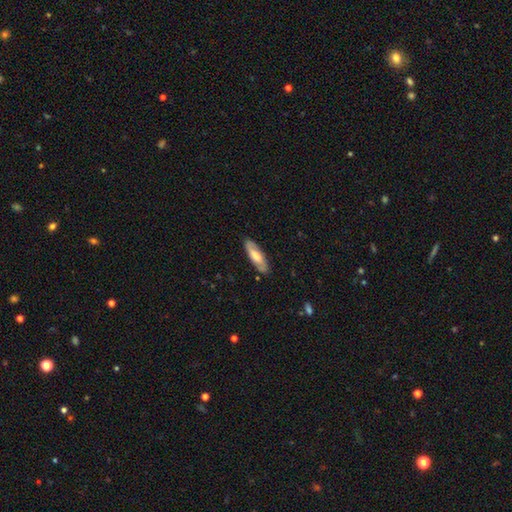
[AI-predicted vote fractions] smooth 53%, featured or disk 42%, star or artifact 5%. Down the decision tree: how rounded — cigar-shaped (50%); merging — none (84%).